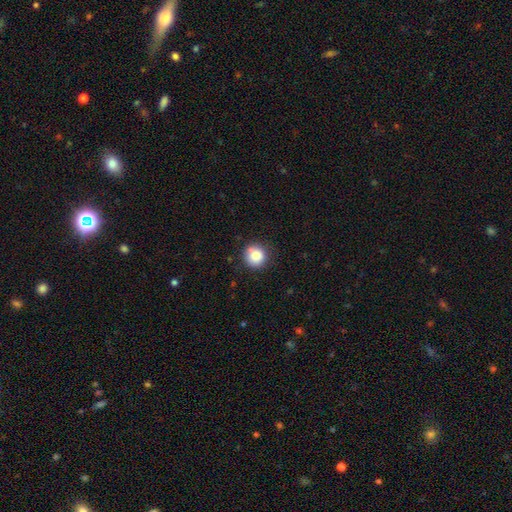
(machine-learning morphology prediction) The model was most divided on "merging": none: 82%, minor disturbance: 13%, major disturbance: 3%, merger: 2%. More confident: how rounded — round (93%); smooth or featured — smooth (85%).